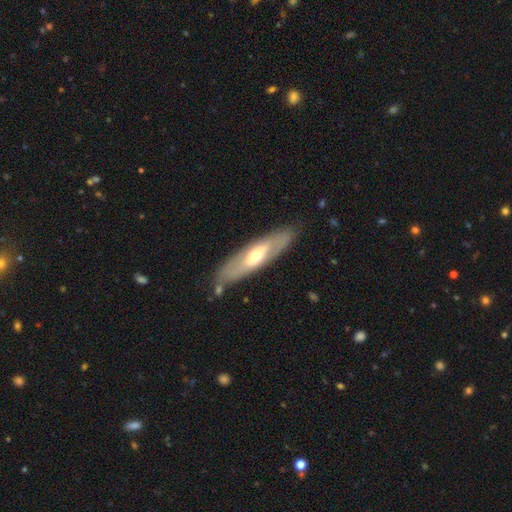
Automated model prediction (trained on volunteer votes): A featured or disk galaxy (58%). Merging: none (82%).